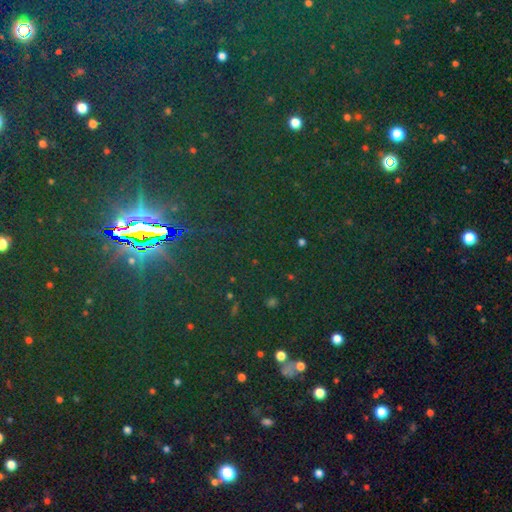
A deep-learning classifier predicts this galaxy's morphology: This appears to be a star or artifact, not a galaxy (83%).